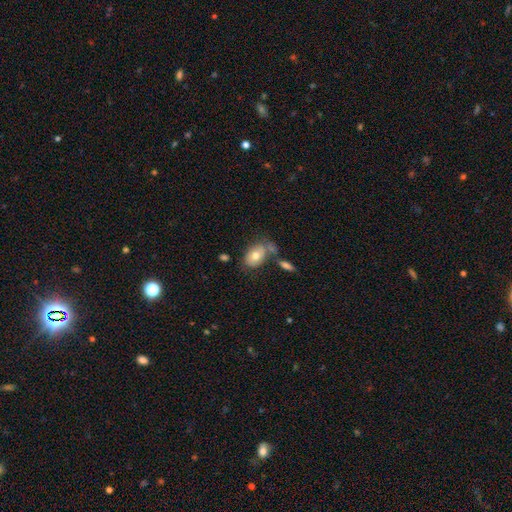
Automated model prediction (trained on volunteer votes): Q: Smooth or featured?
A: smooth (70%); runner-up: featured or disk (23%)
Q: How rounded?
A: in between (84%); runner-up: round (15%)
Q: Merging?
A: none (51%); runner-up: merger (22%)